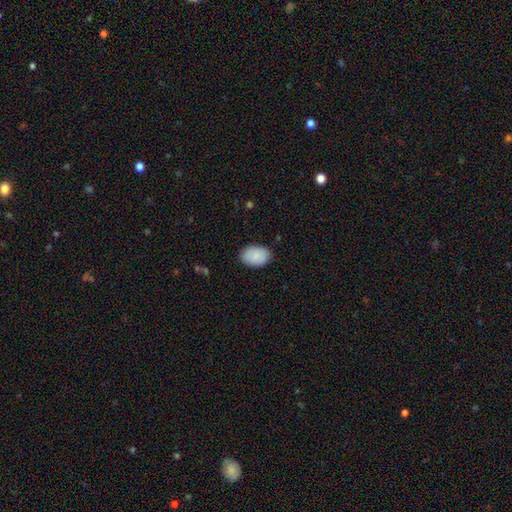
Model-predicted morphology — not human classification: This appears to be a smooth galaxy with no disk features (87%) that is in between round and cigar-shaped (88%). Merging: none (85%).